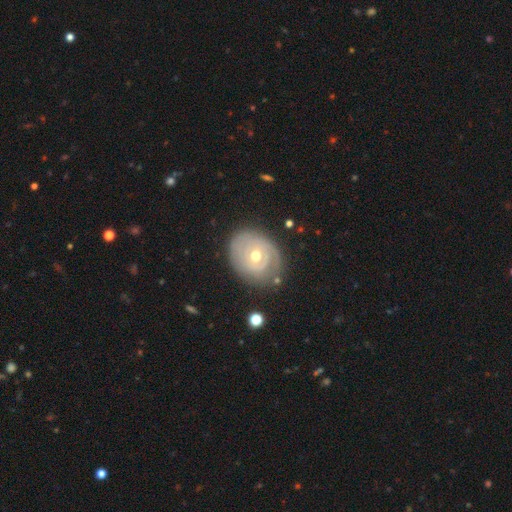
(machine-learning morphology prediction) A featured or disk galaxy (74%) with no bar (75%), tight (76%) spiral arms (75%) and a moderate central bulge (63%).

Vote fractions:
- Smooth or featured? featured or disk: 74% / smooth: 20% / star or artifact: 6%
- Edge-on disk? no: 96% / yes: 4%
- Bar? no: 75% / weak: 21% / strong: 5%
- Spiral arms? yes: 75% / no: 25%
- Spiral winding? tight: 76% / medium: 17% / loose: 7%
- Spiral arm count? can't tell: 39% / 2: 29% / 1: 16% / 3: 10% / 4: 4% / more than 4: 3%
- Bulge size? moderate: 63% / small: 33% / large: 2% / dominant: 1% / none: 1%
- Merging? none: 71% / minor disturbance: 20% / major disturbance: 7% / merger: 2%